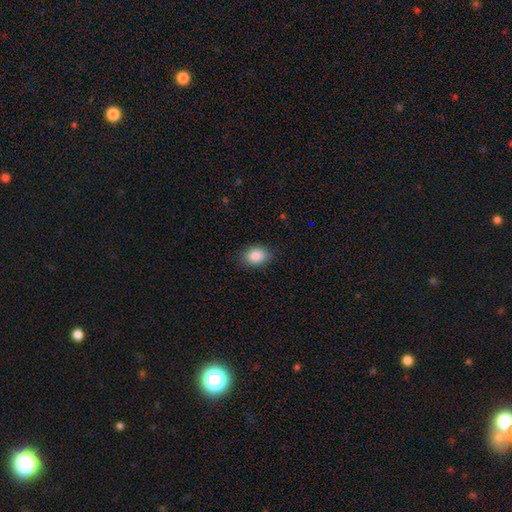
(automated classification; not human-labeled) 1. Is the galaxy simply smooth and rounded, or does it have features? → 87% smooth, 8% star or artifact, 5% featured or disk.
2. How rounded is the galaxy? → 74% in between, 25% round, 1% cigar-shaped.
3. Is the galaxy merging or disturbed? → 85% none, 11% minor disturbance, 3% major disturbance, 1% merger.